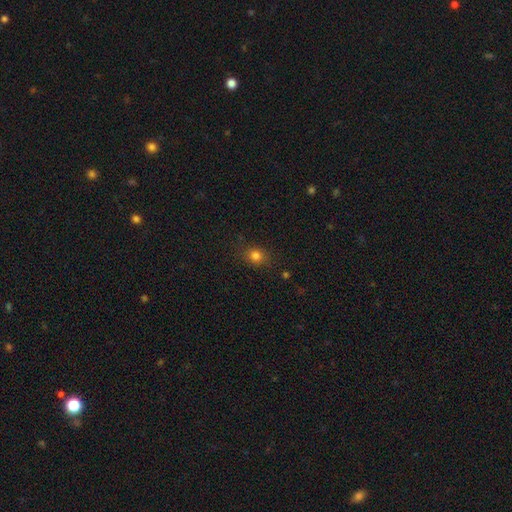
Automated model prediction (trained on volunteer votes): smooth_or_featured: smooth (p=0.79) [alt: star or artifact p=0.15]
how_rounded: round (p=0.67) [alt: in between p=0.31]
merging: none (p=0.84) [alt: minor disturbance p=0.12]